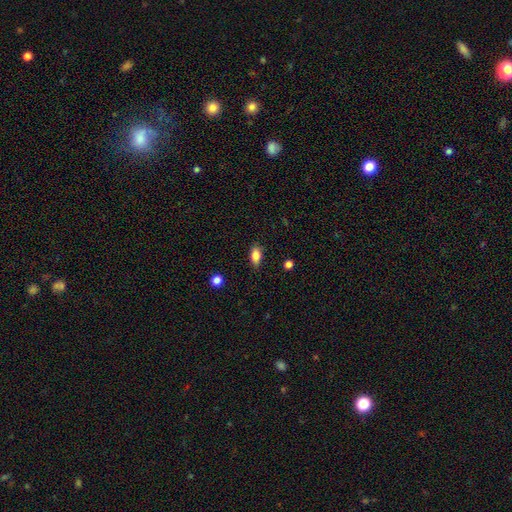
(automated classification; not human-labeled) Overall: smooth (81%). How rounded: in between (84%). Merging: none (82%).